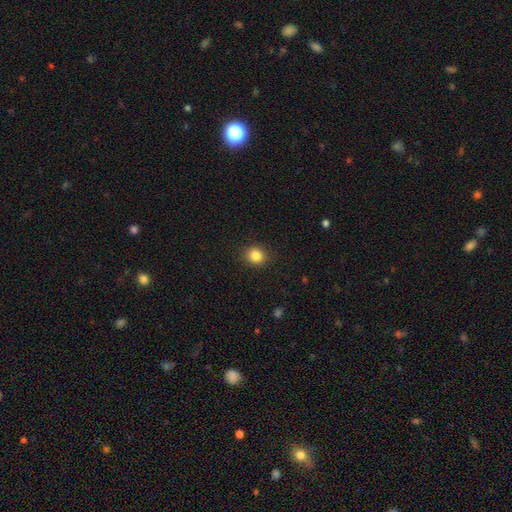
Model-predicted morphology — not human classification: smooth-or-featured: smooth: 85% | star or artifact: 11% | featured or disk: 5%
  how-rounded: round: 78% | in between: 21% | cigar-shaped: 1%
  merging: none: 89% | minor disturbance: 7% | major disturbance: 2% | merger: 1%